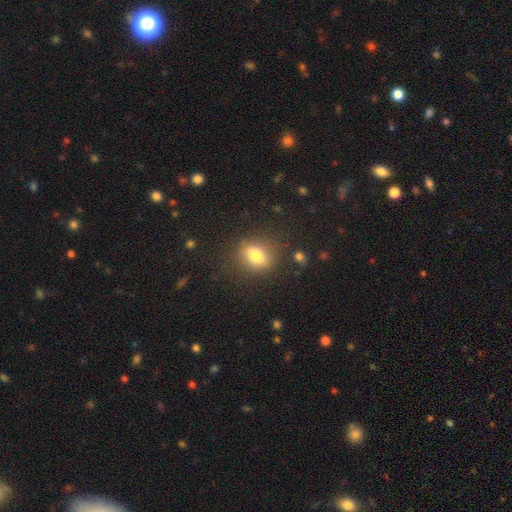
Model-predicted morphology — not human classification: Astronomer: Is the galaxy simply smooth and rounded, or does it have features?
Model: smooth — 75%.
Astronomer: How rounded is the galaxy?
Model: in between — 66%.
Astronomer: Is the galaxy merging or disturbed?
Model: none — 80%.